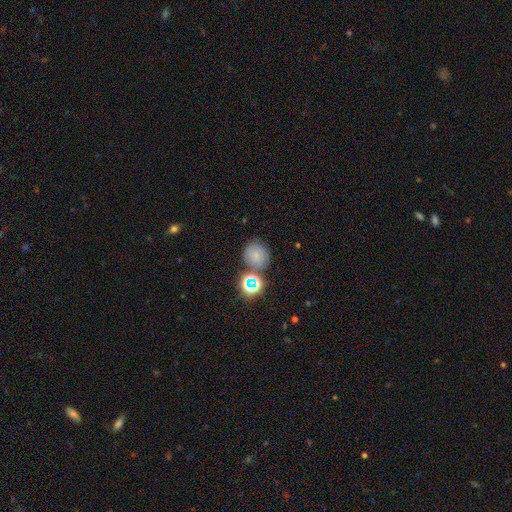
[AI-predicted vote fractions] This is likely a smooth galaxy (65%). How rounded: likely round (77%). Merging: likely none (64%).